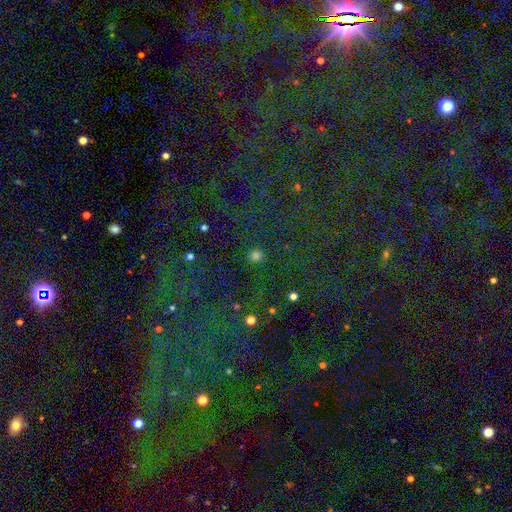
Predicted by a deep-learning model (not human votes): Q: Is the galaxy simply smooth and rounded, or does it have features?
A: smooth — 71%.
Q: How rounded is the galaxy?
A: round — 88%.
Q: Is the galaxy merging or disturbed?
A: none — 89%.